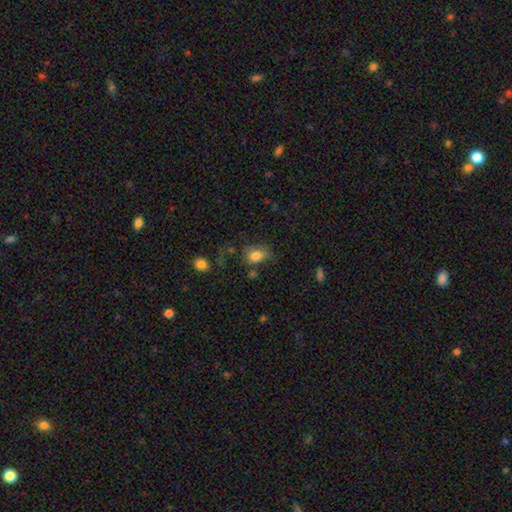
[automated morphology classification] A smooth galaxy with no disk features (80%) that is in between round and cigar-shaped (71%).

Vote fractions:
- Smooth or featured? smooth: 80% / star or artifact: 10% / featured or disk: 10%
- How rounded? in between: 71% / round: 27% / cigar-shaped: 2%
- Merging? none: 53% / minor disturbance: 26% / major disturbance: 14% / merger: 7%